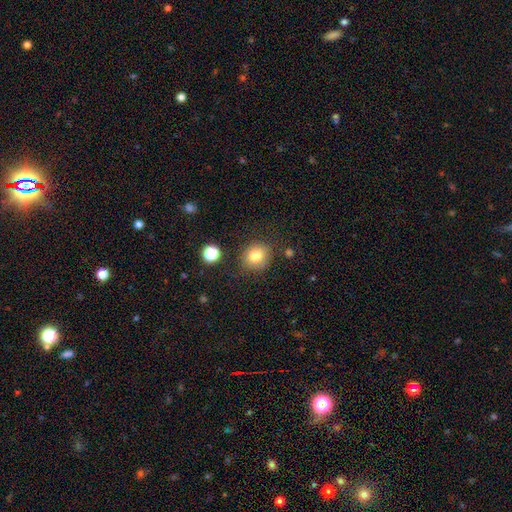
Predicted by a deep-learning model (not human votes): Smooth or featured?
  - smooth: 80% *
  - star or artifact: 12%
  - featured or disk: 8%
How rounded?
  - round: 78% *
  - in between: 21%
  - cigar-shaped: 1%
Merging?
  - none: 81% *
  - minor disturbance: 12%
  - major disturbance: 4%
  - merger: 3%